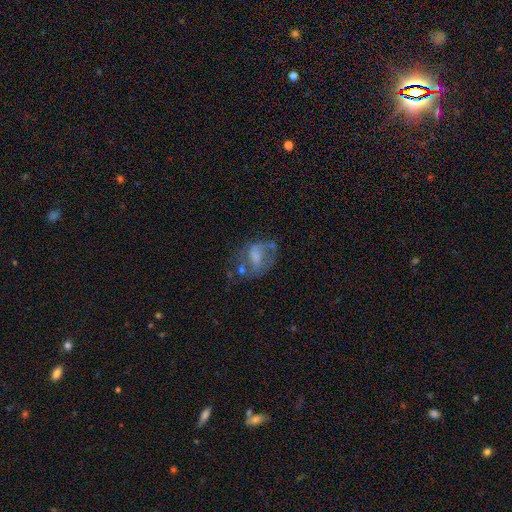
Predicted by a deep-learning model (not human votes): A featured or disk galaxy (54%) with no bar (53%), no spiral arms (51%) and a moderate central bulge (34%).

Vote fractions:
- Smooth or featured? featured or disk: 54% / smooth: 35% / star or artifact: 11%
- Edge-on disk? no: 97% / yes: 3%
- Bar? no: 53% / weak: 37% / strong: 10%
- Spiral arms? no: 51% / yes: 49%
- Bulge size? moderate: 34% / small: 28% / none: 28% / large: 9% / dominant: 2%
- Merging? none: 33% / major disturbance: 32% / minor disturbance: 23% / merger: 12%